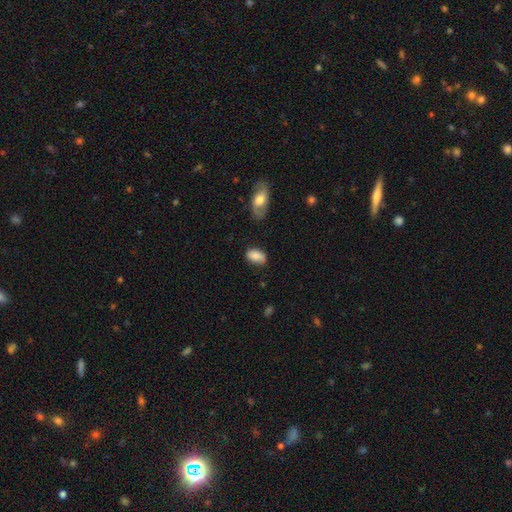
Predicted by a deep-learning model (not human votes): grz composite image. It shows a smooth galaxy with no disk features (81%) that is in between round and cigar-shaped (90%). Merging: none (68%).